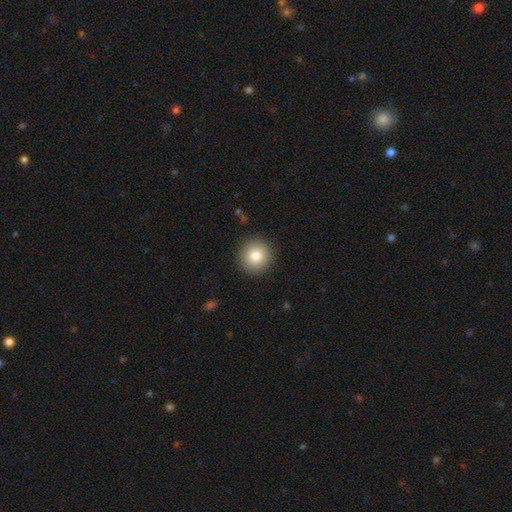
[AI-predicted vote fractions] The model was most divided on "smooth or featured": smooth: 82%, star or artifact: 9%, featured or disk: 9%. More confident: how rounded — round (94%); merging — none (91%).